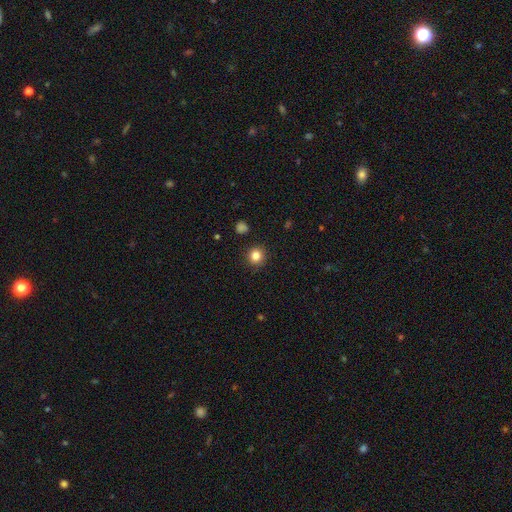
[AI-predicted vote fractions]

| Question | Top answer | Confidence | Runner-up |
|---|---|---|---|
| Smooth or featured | smooth | 84% | star or artifact (11%) |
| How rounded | round | 92% | in between (7%) |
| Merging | none | 91% | minor disturbance (6%) |